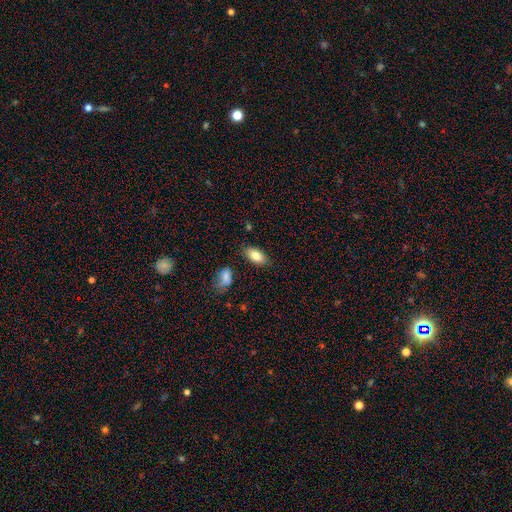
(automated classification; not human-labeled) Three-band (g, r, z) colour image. It shows a smooth galaxy with no disk features (83%) that is in between round and cigar-shaped (92%). Merging: none (82%).